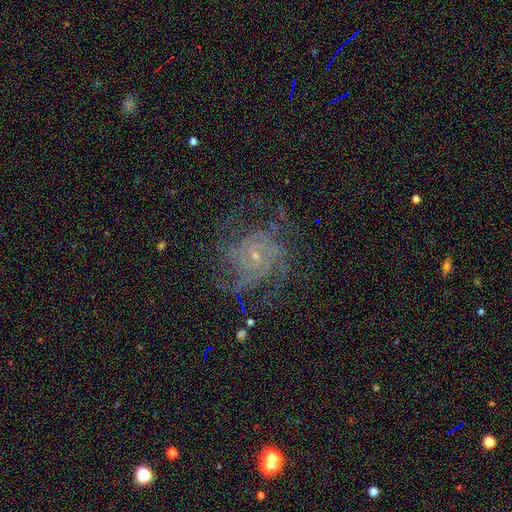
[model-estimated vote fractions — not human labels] Overall: featured or disk (74%). Edge-on disk: no (97%). Bar: no (72%). Spiral arms: yes (93%). Spiral arm count: can't tell (37%; 4 16%). Spiral winding: tight (53%; medium 35%). Bulge size: small (76%). Merging: none (68%).